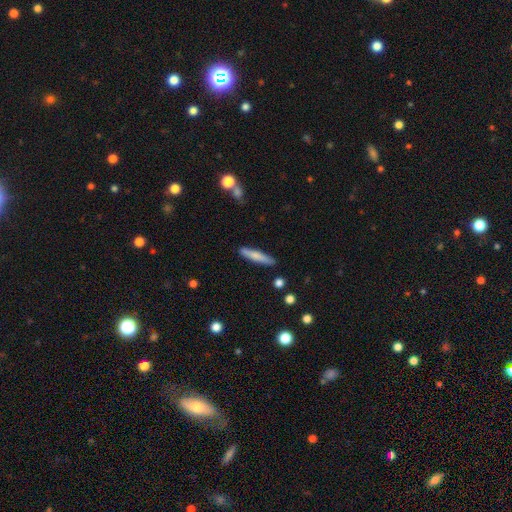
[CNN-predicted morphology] smooth_or_featured: smooth (p=0.72) [alt: featured or disk p=0.23]
how_rounded: cigar-shaped (p=0.90) [alt: in between p=0.09]
merging: none (p=0.87) [alt: minor disturbance p=0.09]